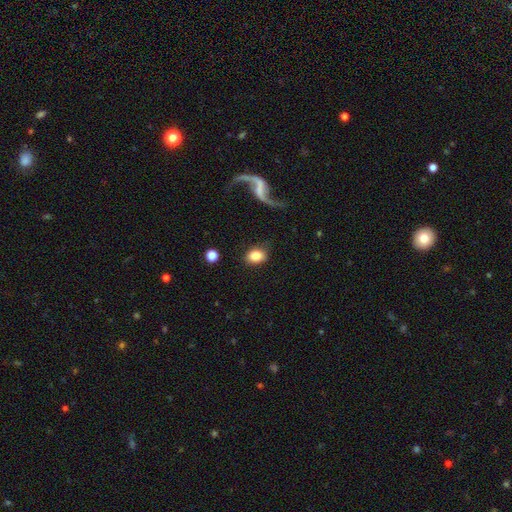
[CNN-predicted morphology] Smooth or featured?
  - smooth: 80% *
  - featured or disk: 12%
  - star or artifact: 8%
How rounded?
  - in between: 69% *
  - round: 29%
  - cigar-shaped: 2%
Merging?
  - none: 76% *
  - minor disturbance: 14%
  - major disturbance: 7%
  - merger: 3%